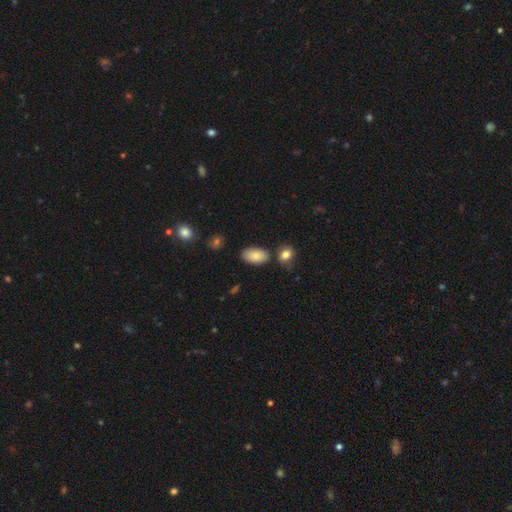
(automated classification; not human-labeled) smooth 82%, featured or disk 11%, star or artifact 7%. Down the decision tree: how rounded — in between (94%); merging — none (75%).